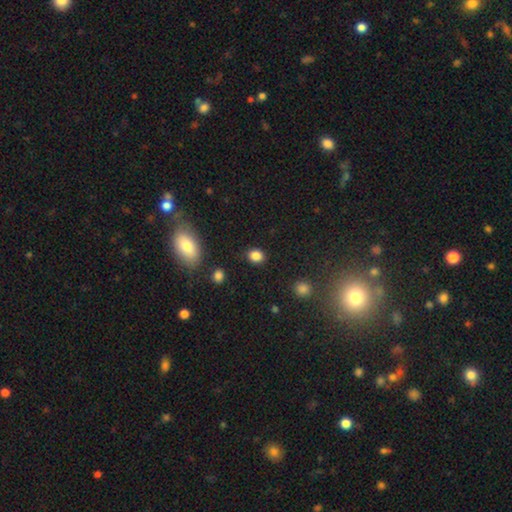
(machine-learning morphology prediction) type=smooth (85%); roundness=round (54%); merging=none (82%).